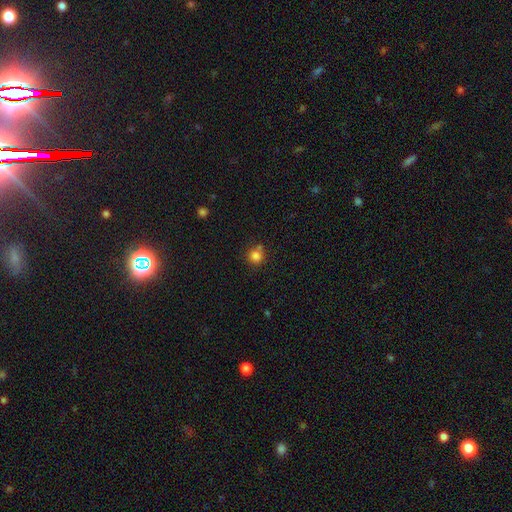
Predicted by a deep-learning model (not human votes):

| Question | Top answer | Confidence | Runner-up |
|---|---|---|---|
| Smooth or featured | smooth | 82% | star or artifact (12%) |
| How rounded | round | 92% | in between (7%) |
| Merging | none | 71% | merger (15%) |